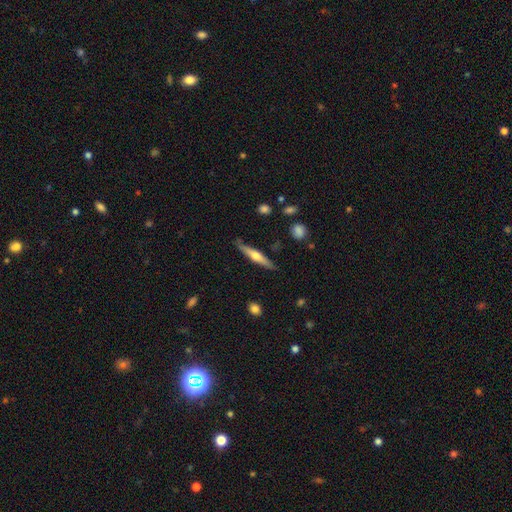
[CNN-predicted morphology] Q: Smooth or featured?
A: featured or disk (62%); runner-up: smooth (33%)
Q: Edge-on disk?
A: yes (96%); runner-up: no (4%)
Q: Edge-on bulge?
A: rounded (90%); runner-up: none (6%)
Q: Merging?
A: none (85%); runner-up: minor disturbance (11%)